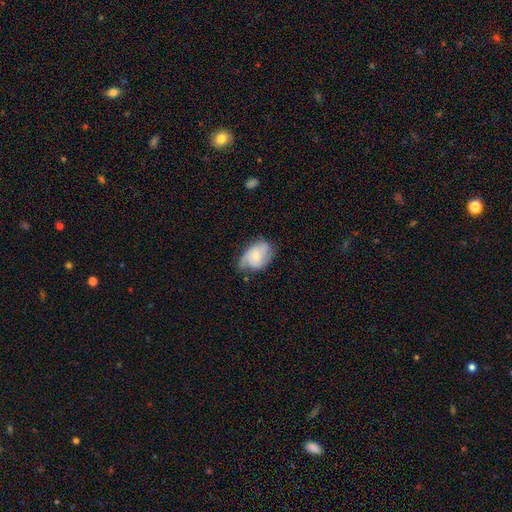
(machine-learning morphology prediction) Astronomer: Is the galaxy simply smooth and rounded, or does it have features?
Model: featured or disk — 53% (runner-up: smooth, 40%).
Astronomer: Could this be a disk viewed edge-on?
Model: no — 96%.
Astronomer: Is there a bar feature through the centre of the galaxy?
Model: no — 66%.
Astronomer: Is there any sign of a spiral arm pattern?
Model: yes — 82%.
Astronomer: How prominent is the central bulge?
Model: small — 51% (runner-up: moderate, 40%).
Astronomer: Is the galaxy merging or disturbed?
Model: none — 49% (runner-up: minor disturbance, 36%).